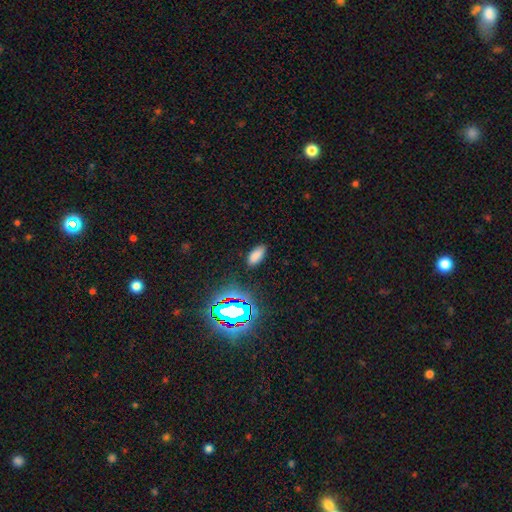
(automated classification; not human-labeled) smooth-or-featured: smooth: 76% | star or artifact: 19% | featured or disk: 6%
  how-rounded: in between: 91% | cigar-shaped: 5% | round: 3%
  merging: none: 86% | minor disturbance: 10% | major disturbance: 3% | merger: 1%